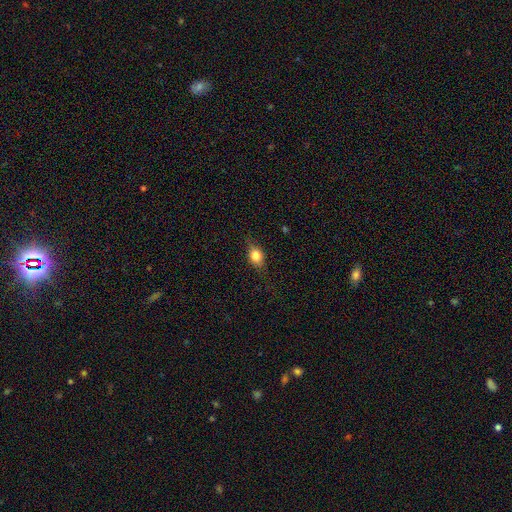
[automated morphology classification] This is likely a smooth galaxy (72%). How rounded: possibly in between (59%). Merging: likely none (75%).